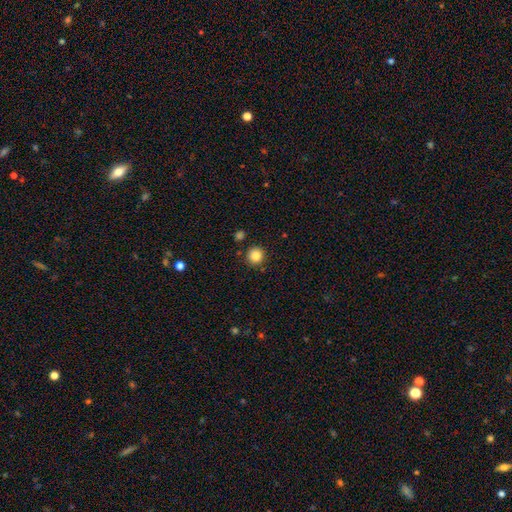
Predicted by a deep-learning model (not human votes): smooth-or-featured: smooth: 86% | star or artifact: 10% | featured or disk: 4%
  how-rounded: round: 94% | in between: 5% | cigar-shaped: 1%
  merging: none: 89% | minor disturbance: 6% | merger: 3% | major disturbance: 2%